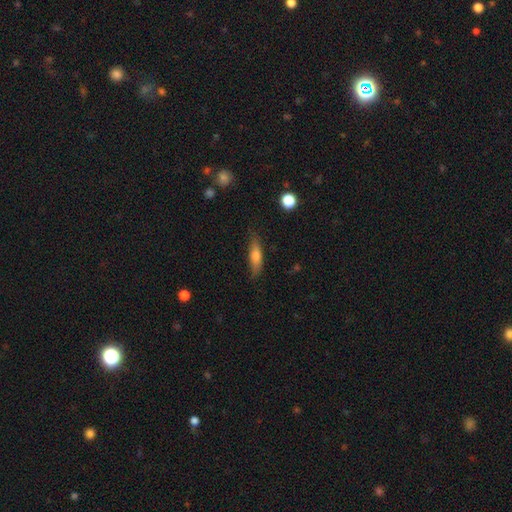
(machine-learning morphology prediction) Q: Smooth or featured?
A: smooth (65%); runner-up: featured or disk (28%)
Q: How rounded?
A: cigar-shaped (65%); runner-up: in between (33%)
Q: Merging?
A: none (79%); runner-up: minor disturbance (16%)